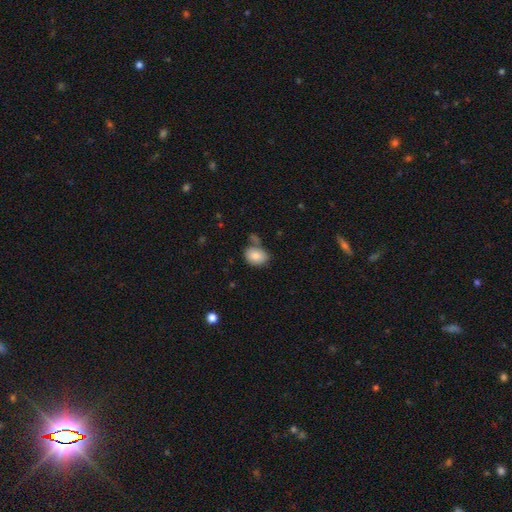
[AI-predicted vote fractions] This appears to be a smooth galaxy with no disk features (82%) that is in between round and cigar-shaped (66%). Merging: none (58%).